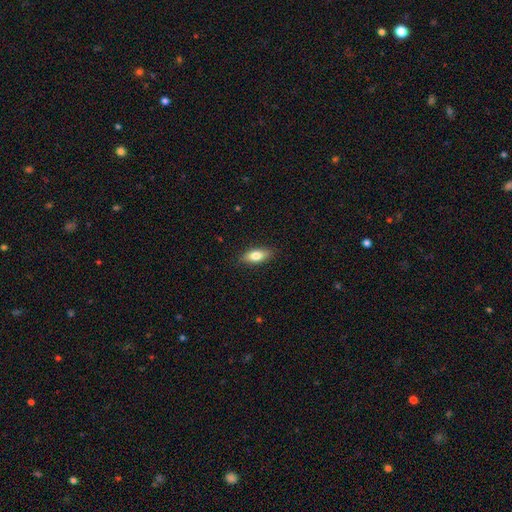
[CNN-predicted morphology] Smooth or featured: smooth — 77% (featured or disk — 16%)
How rounded: in between — 79% (cigar-shaped — 17%)
Merging: none — 87% (minor disturbance — 10%)